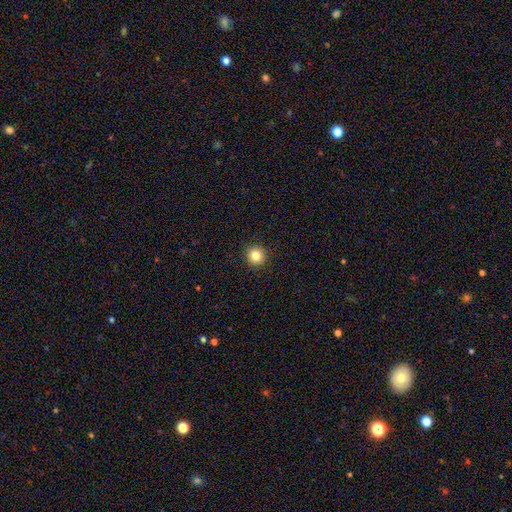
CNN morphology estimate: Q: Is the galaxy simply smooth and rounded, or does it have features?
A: smooth — 84%.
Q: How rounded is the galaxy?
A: round — 93%.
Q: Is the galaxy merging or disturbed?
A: none — 93%.